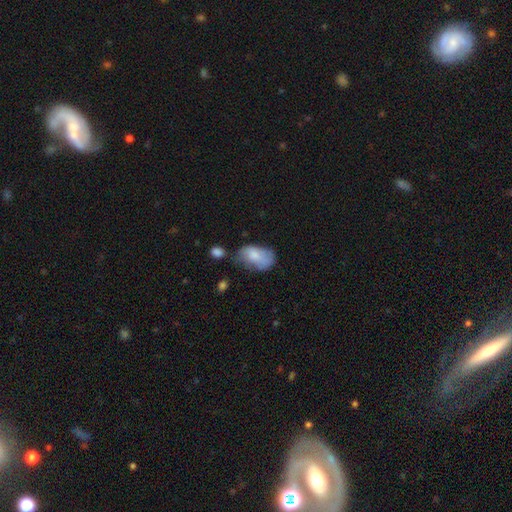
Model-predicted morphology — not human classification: A smooth galaxy with no disk features (73%) that is in between round and cigar-shaped (91%).

Vote fractions:
- Smooth or featured? smooth: 73% / featured or disk: 19% / star or artifact: 7%
- How rounded? in between: 91% / round: 7% / cigar-shaped: 2%
- Merging? none: 36% (tied) / minor disturbance: 36% (tied) / major disturbance: 19% / merger: 9%